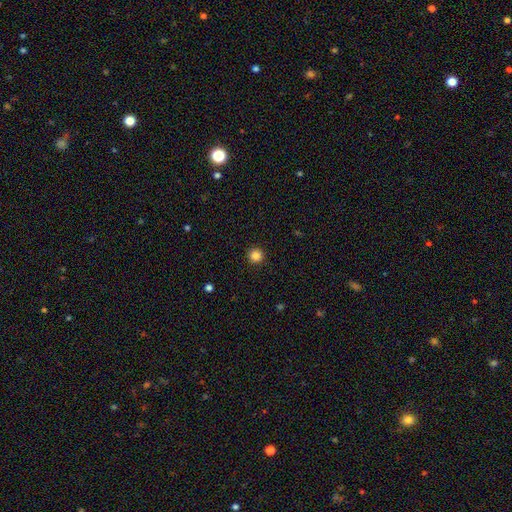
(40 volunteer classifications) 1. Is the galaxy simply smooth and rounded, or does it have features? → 82% smooth, 12% star or artifact, 5% featured or disk.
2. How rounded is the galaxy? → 100% round, 0% in between, 0% cigar-shaped.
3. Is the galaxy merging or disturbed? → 94% none, 3% minor disturbance, 3% major disturbance, 0% merger.